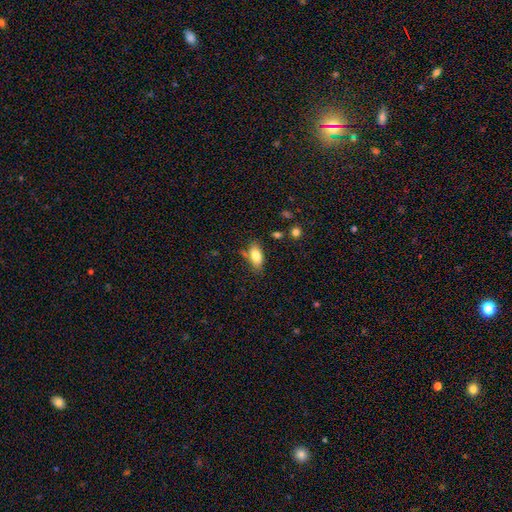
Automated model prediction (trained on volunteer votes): Smooth or featured? Predicted: smooth (p=0.80). How rounded? Predicted: in between (p=0.88). Merging? Predicted: none (p=0.71).